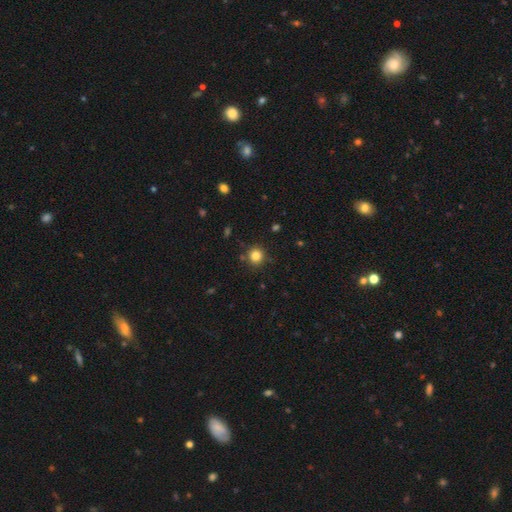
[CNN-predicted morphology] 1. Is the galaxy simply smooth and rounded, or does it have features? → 83% smooth, 12% star or artifact, 5% featured or disk.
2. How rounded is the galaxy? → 93% round, 6% in between, 1% cigar-shaped.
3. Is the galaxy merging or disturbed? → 87% none, 8% minor disturbance, 3% merger, 2% major disturbance.